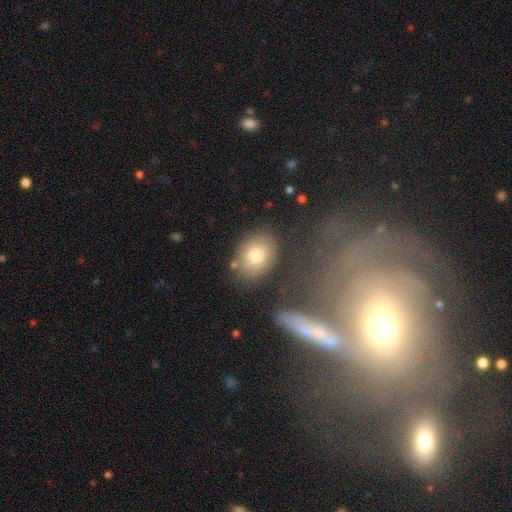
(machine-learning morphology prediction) The model was most divided on "how rounded": in between: 67%, round: 31%, cigar-shaped: 2%. More confident: merging — none (78%); smooth or featured — smooth (77%).